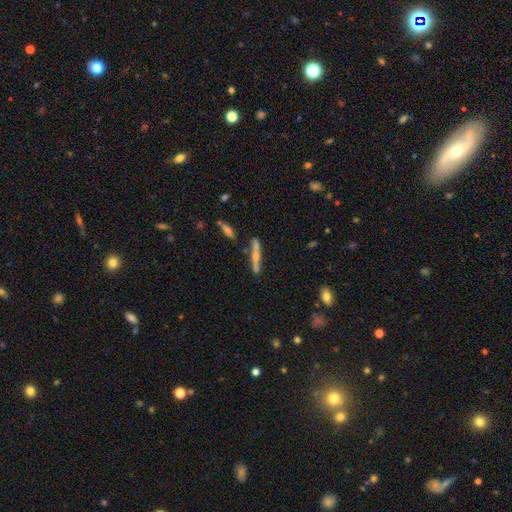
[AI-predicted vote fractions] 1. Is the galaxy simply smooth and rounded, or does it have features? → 53% featured or disk, 40% smooth, 7% star or artifact.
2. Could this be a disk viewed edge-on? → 93% yes, 7% no.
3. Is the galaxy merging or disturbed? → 76% none, 13% minor disturbance, 7% merger, 3% major disturbance.